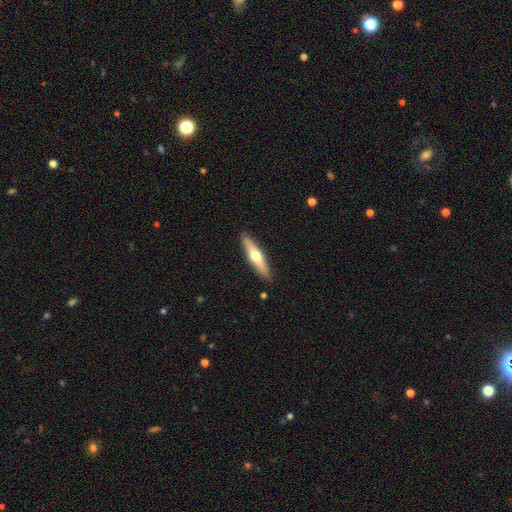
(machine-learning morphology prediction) Q: Smooth or featured?
A: smooth (48%); runner-up: featured or disk (47%)
Q: Merging?
A: none (89%); runner-up: minor disturbance (8%)